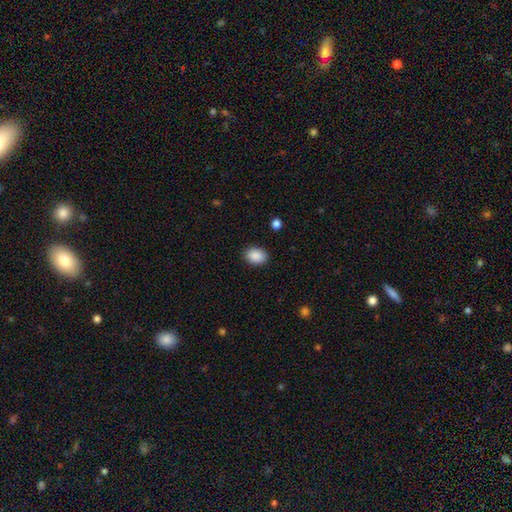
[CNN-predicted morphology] Smooth or featured? smooth (89%)
How rounded? in between (72%)
Merging? none (89%)